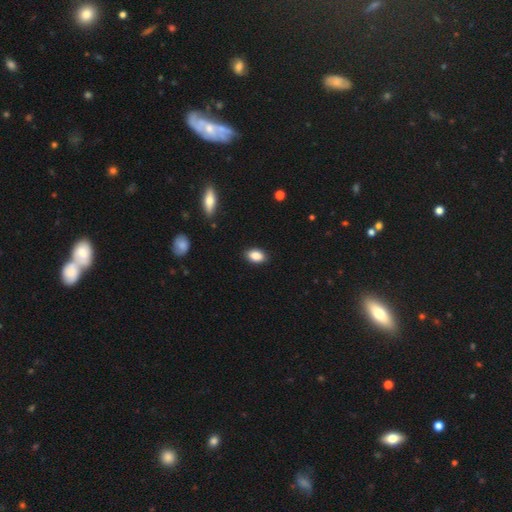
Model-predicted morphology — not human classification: A smooth galaxy with no disk features (87%) that is in between round and cigar-shaped (89%).

Vote fractions:
- Smooth or featured? smooth: 87% / star or artifact: 8% / featured or disk: 5%
- How rounded? in between: 89% / round: 9% / cigar-shaped: 2%
- Merging? none: 89% / minor disturbance: 8% / major disturbance: 2% / merger: 1%